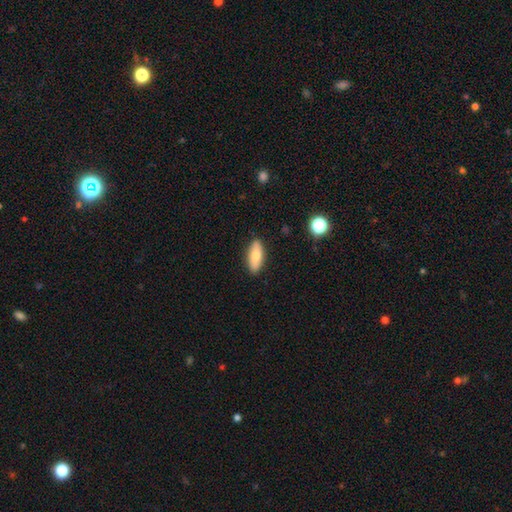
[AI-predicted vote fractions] A smooth galaxy with no disk features (72%) that is in between round and cigar-shaped (74%).

Vote fractions:
- Smooth or featured? smooth: 72% / featured or disk: 22% / star or artifact: 6%
- How rounded? in between: 74% / cigar-shaped: 23% / round: 3%
- Merging? none: 88% / minor disturbance: 9% / major disturbance: 2% / merger: 1%